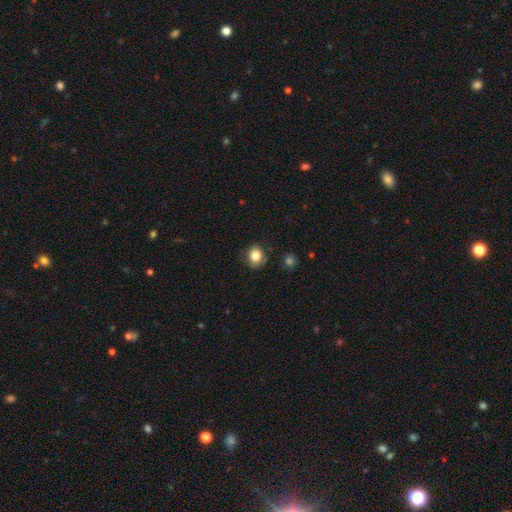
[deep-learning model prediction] The model was most divided on "how rounded": round: 66%, in between: 33%, cigar-shaped: 1%. More confident: smooth or featured — smooth (82%); merging — none (79%).